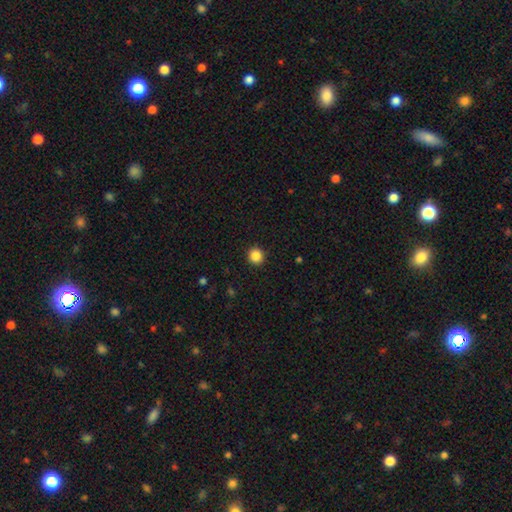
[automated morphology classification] Smooth or featured? smooth (87%)
How rounded? round (92%)
Merging? none (92%)